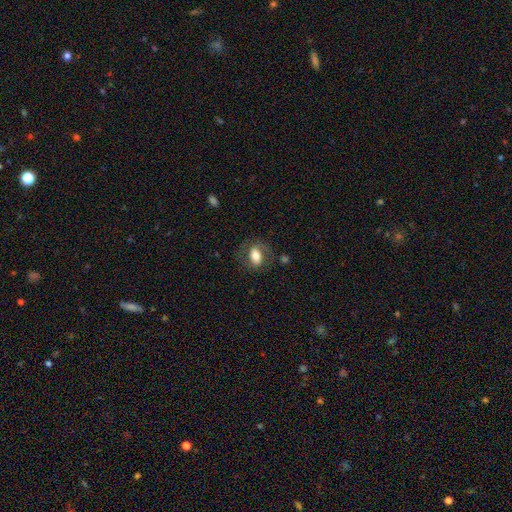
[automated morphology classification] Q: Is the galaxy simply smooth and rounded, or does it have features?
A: smooth — 61%.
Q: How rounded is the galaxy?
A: in between — 81%.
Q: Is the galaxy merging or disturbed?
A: none — 67%.